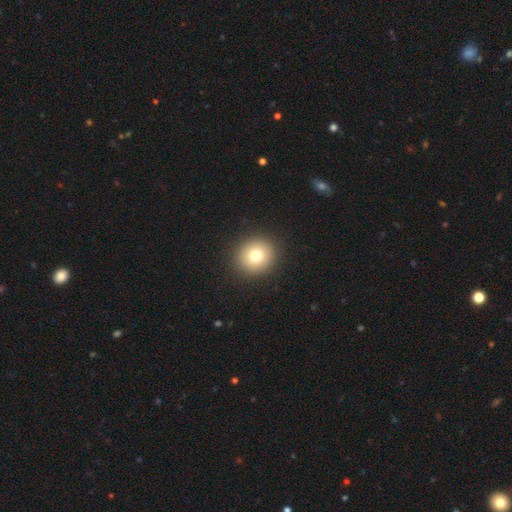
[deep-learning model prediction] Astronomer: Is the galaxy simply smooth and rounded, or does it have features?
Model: smooth — 76%.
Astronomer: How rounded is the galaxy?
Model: round — 91%.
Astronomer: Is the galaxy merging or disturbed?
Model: none — 92%.